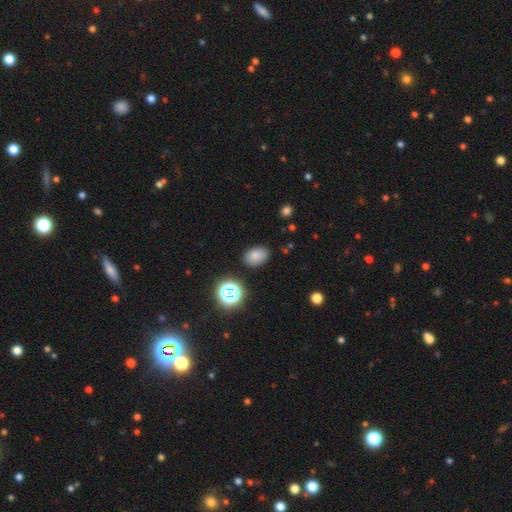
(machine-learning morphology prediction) Overall: smooth (78%). How rounded: in between (82%). Merging: none (85%).